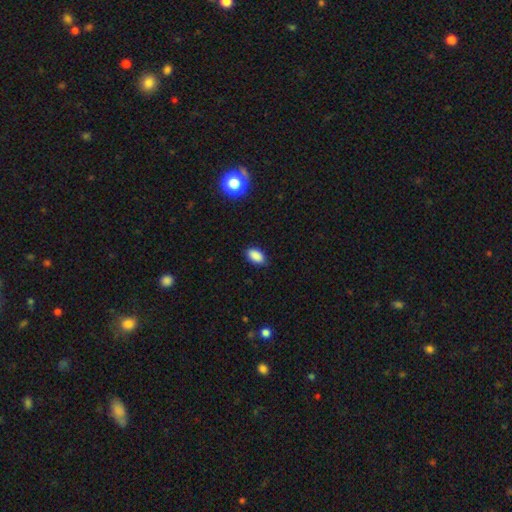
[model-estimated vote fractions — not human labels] Smooth or featured? smooth (88%)
How rounded? in between (92%)
Merging? none (87%)